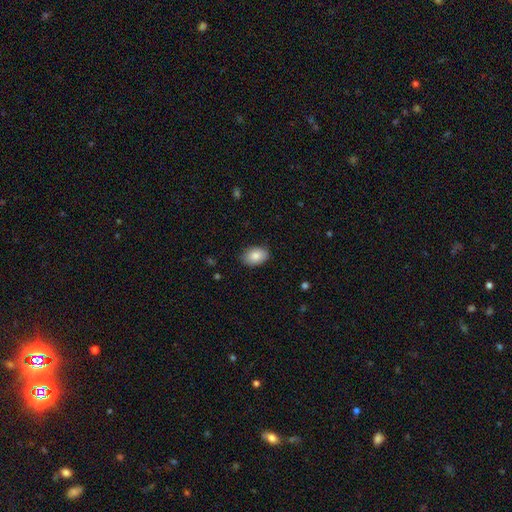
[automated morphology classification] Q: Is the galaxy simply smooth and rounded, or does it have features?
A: smooth — 86%.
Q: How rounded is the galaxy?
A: in between — 88%.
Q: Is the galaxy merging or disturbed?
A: none — 86%.